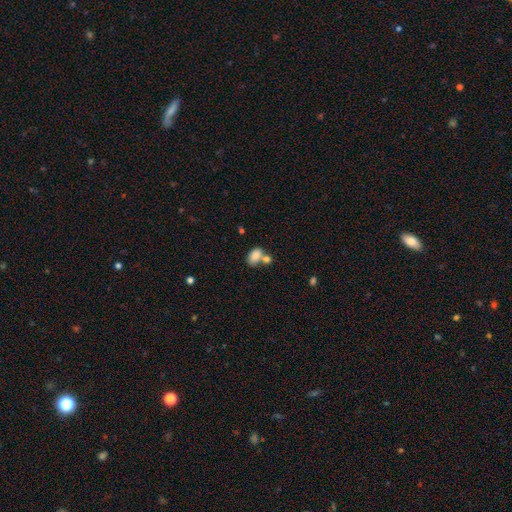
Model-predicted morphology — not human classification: A smooth galaxy with no disk features (83%) that is in between round and cigar-shaped (89%).

Vote fractions:
- Smooth or featured? smooth: 83% / star or artifact: 9% / featured or disk: 8%
- How rounded? in between: 89% / round: 9% / cigar-shaped: 2%
- Merging? merger: 43% / none: 39% / minor disturbance: 12% / major disturbance: 5%